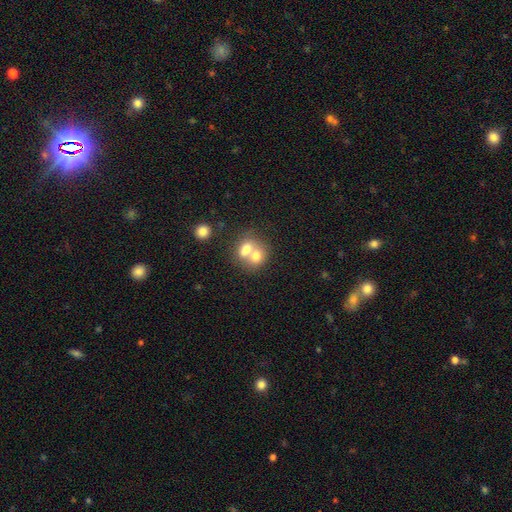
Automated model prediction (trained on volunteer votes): Overall: smooth (69%). How rounded: round (56%; in between 43%). Merging: merger (70%).